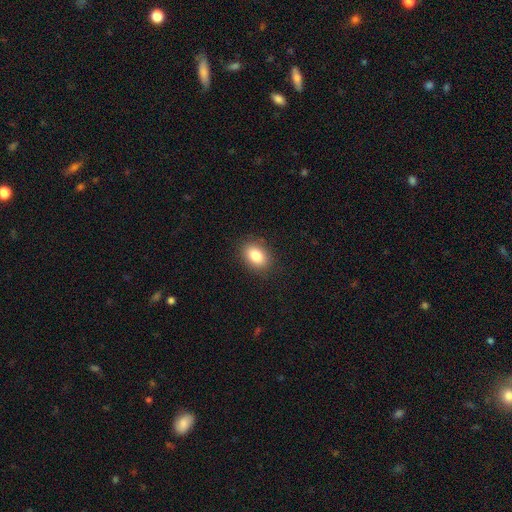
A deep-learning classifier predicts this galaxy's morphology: Overall: smooth (83%). How rounded: in between (78%). Merging: none (88%).